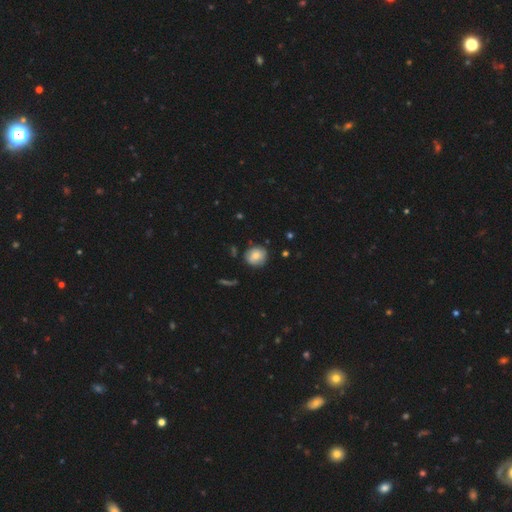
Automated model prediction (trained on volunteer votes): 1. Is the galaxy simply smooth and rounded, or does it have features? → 74% smooth, 16% featured or disk, 9% star or artifact.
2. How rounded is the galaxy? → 85% round, 14% in between, 1% cigar-shaped.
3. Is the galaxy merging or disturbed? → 81% none, 14% minor disturbance, 3% major disturbance, 2% merger.